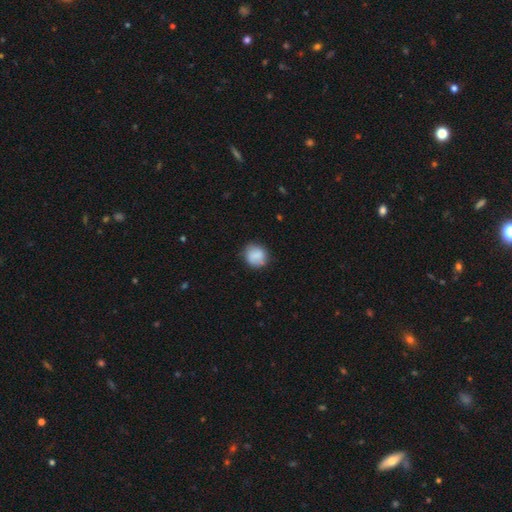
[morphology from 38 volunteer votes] Smooth or featured: smooth — 74% (featured or disk — 21%)
How rounded: round — 75% (in between — 25%)
Merging: none — 72% (minor disturbance — 22%)